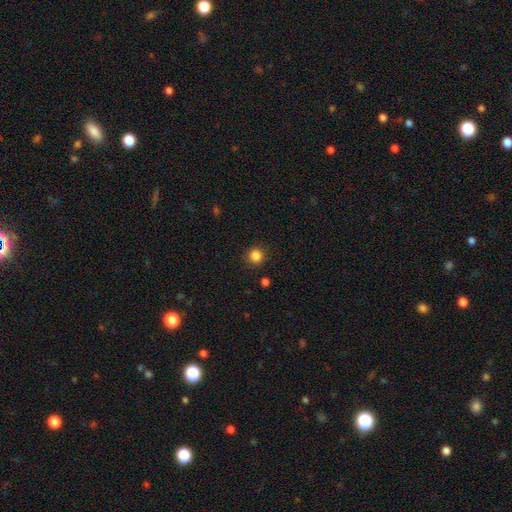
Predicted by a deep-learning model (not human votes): Smooth or featured: smooth — 85% (star or artifact — 12%)
How rounded: round — 93% (in between — 6%)
Merging: none — 91% (minor disturbance — 6%)